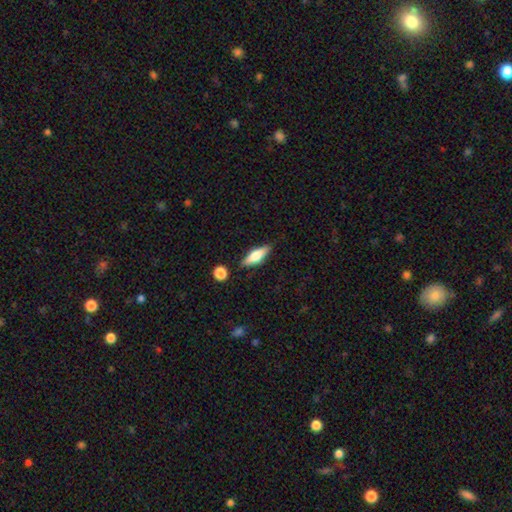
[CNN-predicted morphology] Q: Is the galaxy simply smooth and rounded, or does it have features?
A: smooth — 54%.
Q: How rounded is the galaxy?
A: in between — 51%.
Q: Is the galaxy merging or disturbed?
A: none — 83%.